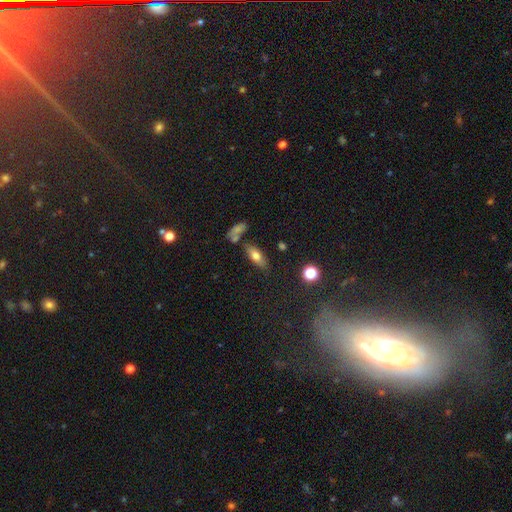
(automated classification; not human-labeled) Smooth or featured?
  - smooth: 67% *
  - featured or disk: 24%
  - star or artifact: 9%
How rounded?
  - in between: 70% *
  - cigar-shaped: 26%
  - round: 4%
Merging?
  - none: 70% *
  - minor disturbance: 14%
  - merger: 12%
  - major disturbance: 4%